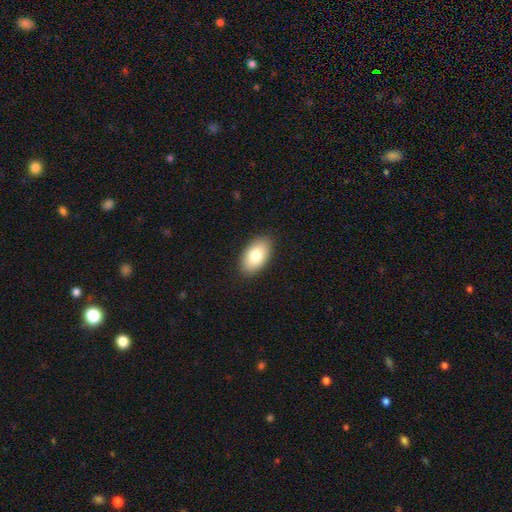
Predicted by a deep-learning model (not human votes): Overall: smooth (80%). How rounded: in between (94%). Merging: none (88%).